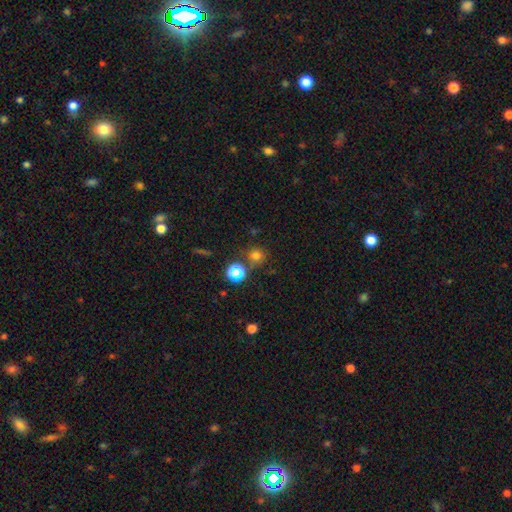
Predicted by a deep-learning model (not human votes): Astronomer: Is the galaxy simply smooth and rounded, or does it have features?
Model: smooth — 73%.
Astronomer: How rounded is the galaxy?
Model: round — 90%.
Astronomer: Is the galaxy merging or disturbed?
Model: none — 73%.